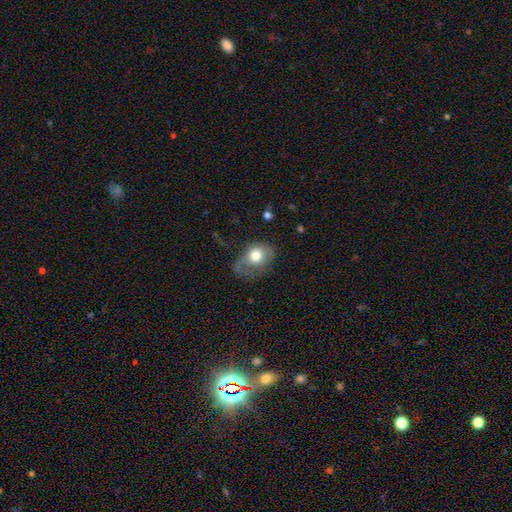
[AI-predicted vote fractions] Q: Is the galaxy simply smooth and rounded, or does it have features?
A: smooth — 67%.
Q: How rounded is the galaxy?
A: in between — 62%.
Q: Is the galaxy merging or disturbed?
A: major disturbance — 35%.